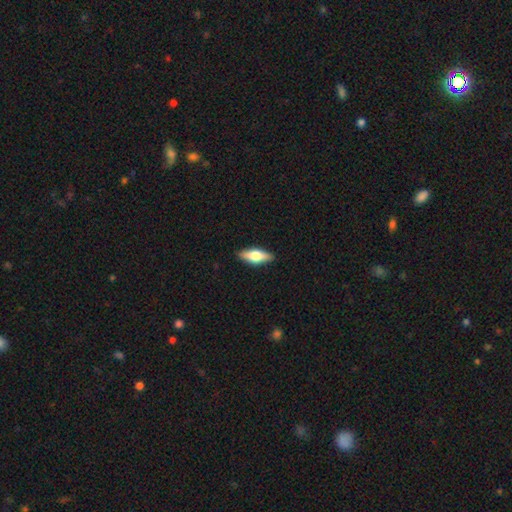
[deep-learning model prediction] smooth 50%, featured or disk 44%, star or artifact 6%. Down the decision tree: how rounded — in between (65%); merging — none (88%).